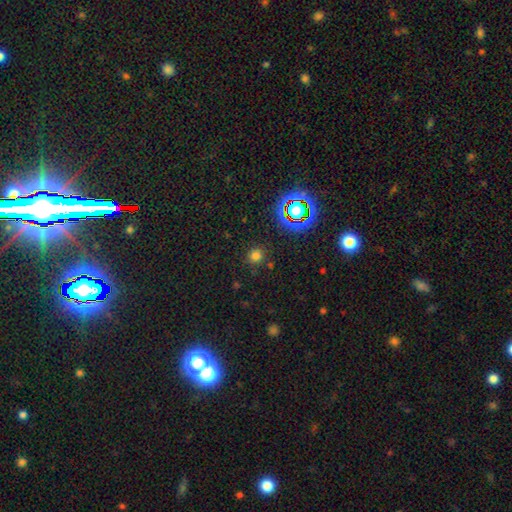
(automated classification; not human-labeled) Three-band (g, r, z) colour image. It shows a smooth galaxy with no disk features (71%) that is round (91%). Merging: none (87%).